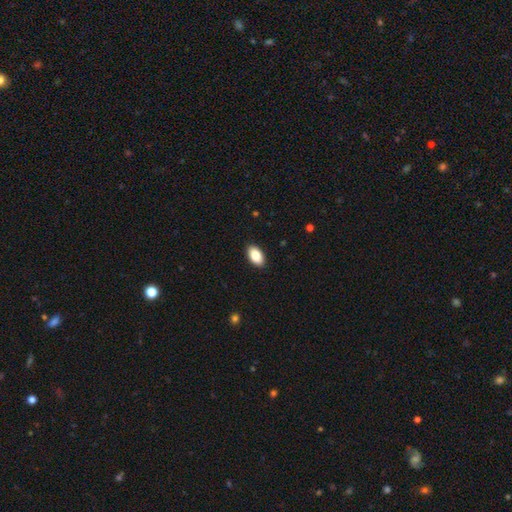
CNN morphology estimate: Smooth or featured?
  - smooth: 86% *
  - star or artifact: 7%
  - featured or disk: 7%
How rounded?
  - in between: 94% *
  - round: 5%
  - cigar-shaped: 2%
Merging?
  - none: 90% *
  - minor disturbance: 7%
  - major disturbance: 2%
  - merger: 1%